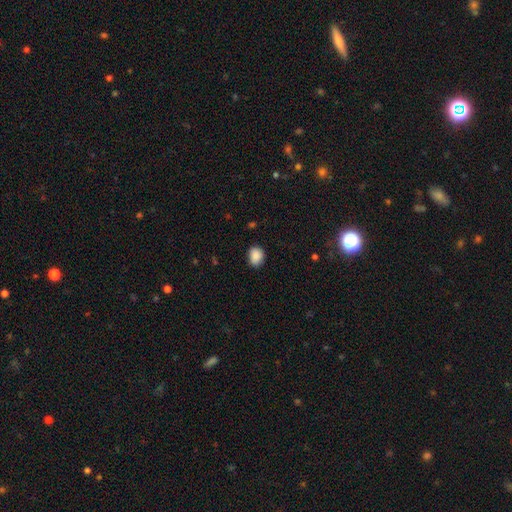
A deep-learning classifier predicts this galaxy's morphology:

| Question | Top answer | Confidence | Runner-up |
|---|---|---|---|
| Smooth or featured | smooth | 88% | star or artifact (8%) |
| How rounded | in between | 50% | round (49%) |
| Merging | none | 82% | minor disturbance (15%) |